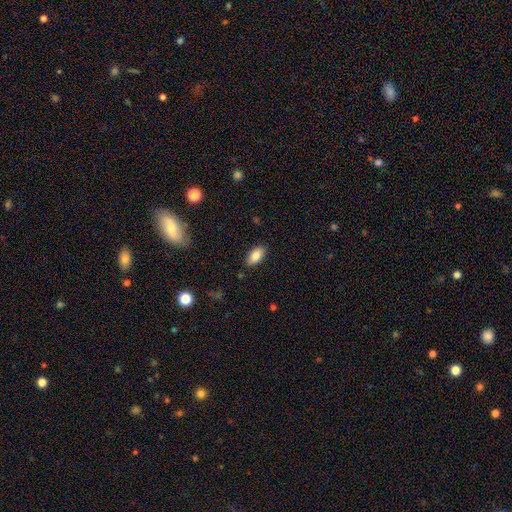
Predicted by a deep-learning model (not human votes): A smooth galaxy with no disk features (84%) that is in between round and cigar-shaped (92%). Merging: none (85%).